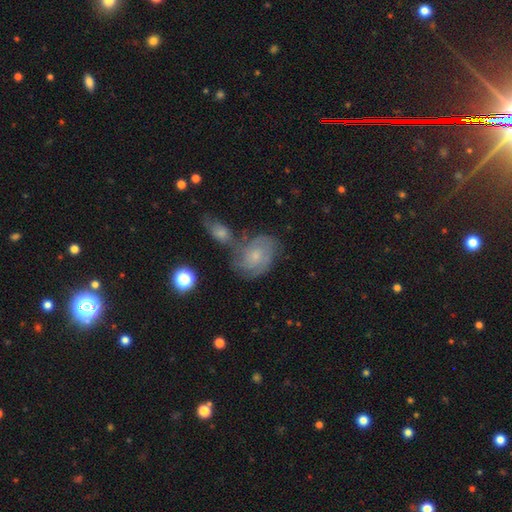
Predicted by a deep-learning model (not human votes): smooth_or_featured: featured or disk (p=0.69) [alt: smooth p=0.22]
disk_edge_on: no (p=0.97) [alt: yes p=0.03]
bar: no (p=0.73) [alt: weak p=0.24]
has_spiral_arms: yes (p=0.91) [alt: no p=0.09]
spiral_winding: tight (p=0.57) [alt: medium p=0.34]
spiral_arm_count: can't tell (p=0.36) [alt: 3 p=0.23]
bulge_size: small (p=0.65) [alt: moderate p=0.27]
merging: none (p=0.46) [alt: merger p=0.30]